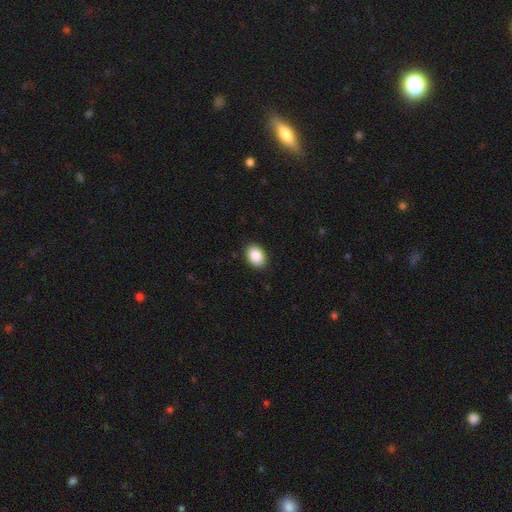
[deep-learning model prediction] This is clearly a smooth galaxy (89%). How rounded: likely in between (80%). Merging: clearly none (90%).